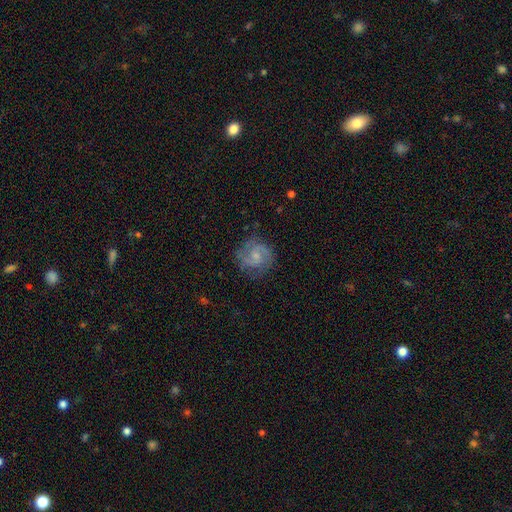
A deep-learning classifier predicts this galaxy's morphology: This is likely a featured or disk galaxy (76%). It is clearly not viewed edge-on (98%). Bar: possibly no (47%). Spiral arm pattern: clearly yes (95%). Spiral arm count: clearly 2 (83%). Spiral winding: possibly medium (51%). Central bulge: possibly small (55%). Merging: likely none (76%).